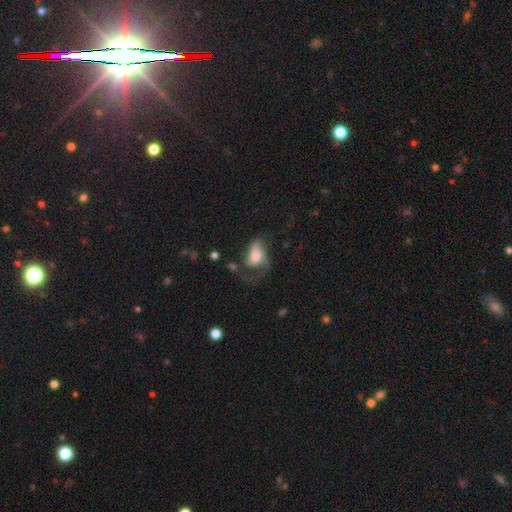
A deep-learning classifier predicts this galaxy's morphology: Smooth or featured? Predicted: featured or disk (p=0.46, tied with smooth). Merging? Predicted: major disturbance (p=0.53).